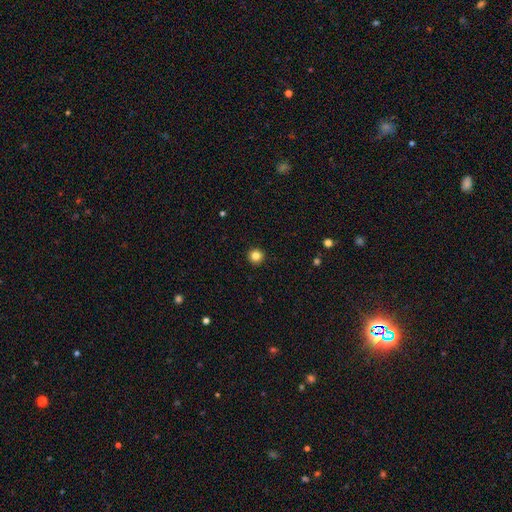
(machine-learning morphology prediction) smooth_or_featured: smooth (p=0.84) [alt: star or artifact p=0.12]
how_rounded: round (p=0.96) [alt: in between p=0.03]
merging: none (p=0.94) [alt: minor disturbance p=0.04]